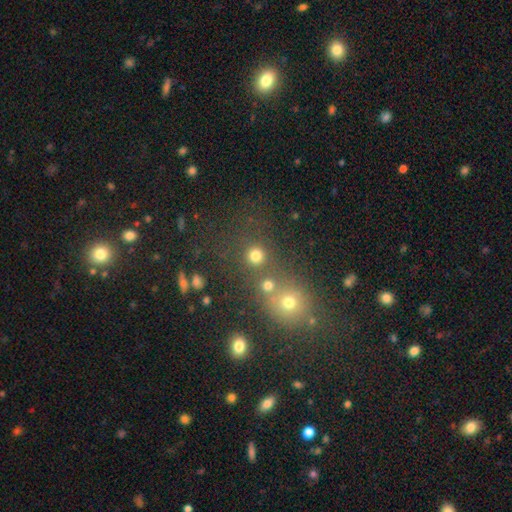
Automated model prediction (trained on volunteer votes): Q: Smooth or featured?
A: smooth (76%); runner-up: star or artifact (18%)
Q: How rounded?
A: round (92%); runner-up: in between (7%)
Q: Merging?
A: none (69%); runner-up: merger (20%)